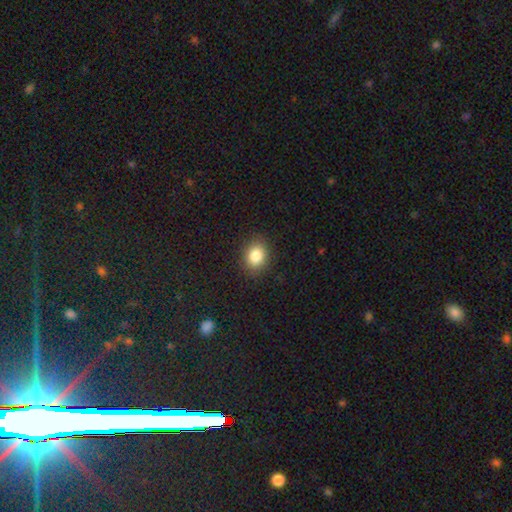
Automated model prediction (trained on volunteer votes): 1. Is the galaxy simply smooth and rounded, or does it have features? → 84% smooth, 10% star or artifact, 6% featured or disk.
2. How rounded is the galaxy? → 50% in between, 49% round, 1% cigar-shaped.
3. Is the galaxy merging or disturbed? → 88% none, 9% minor disturbance, 3% major disturbance, 1% merger.